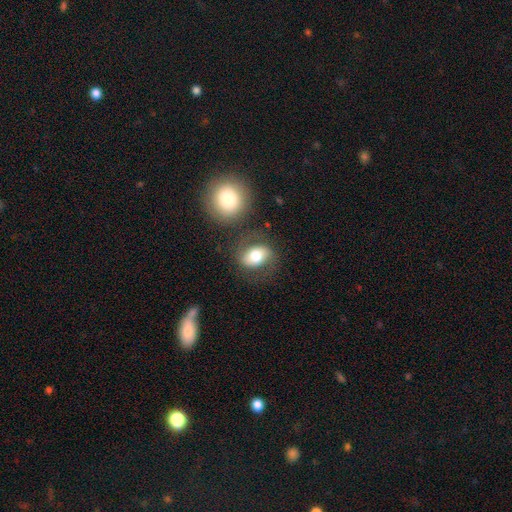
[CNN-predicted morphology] Q: Smooth or featured?
A: smooth (62%); runner-up: featured or disk (30%)
Q: How rounded?
A: in between (70%); runner-up: round (28%)
Q: Merging?
A: none (67%); runner-up: minor disturbance (16%)